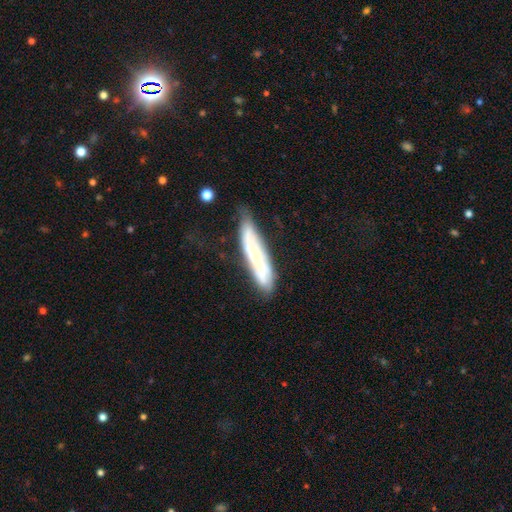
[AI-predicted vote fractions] Q: Smooth or featured?
A: featured or disk (50%); runner-up: smooth (42%)
Q: Edge-on disk?
A: no (54%); runner-up: yes (46%)
Q: Merging?
A: none (59%); runner-up: minor disturbance (28%)